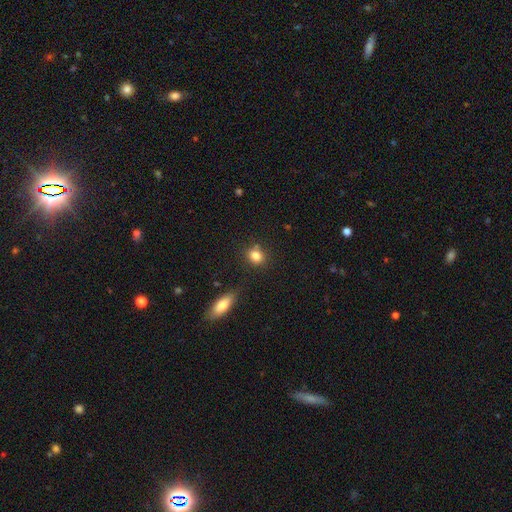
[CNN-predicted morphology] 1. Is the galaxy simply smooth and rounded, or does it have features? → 83% smooth, 10% star or artifact, 6% featured or disk.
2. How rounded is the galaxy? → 69% round, 30% in between, 2% cigar-shaped.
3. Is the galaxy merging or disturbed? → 76% none, 12% minor disturbance, 9% merger, 3% major disturbance.